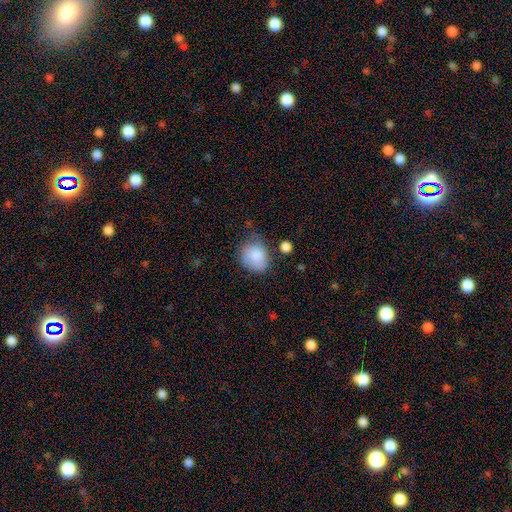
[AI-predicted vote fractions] This is clearly a smooth galaxy (85%). How rounded: likely round (60%). Merging: possibly none (55%).